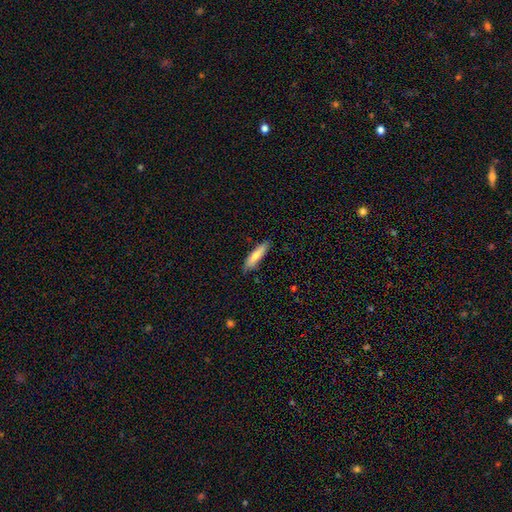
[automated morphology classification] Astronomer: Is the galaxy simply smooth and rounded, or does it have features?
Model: smooth — 77%.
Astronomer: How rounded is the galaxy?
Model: cigar-shaped — 77%.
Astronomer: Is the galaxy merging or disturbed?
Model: none — 82%.